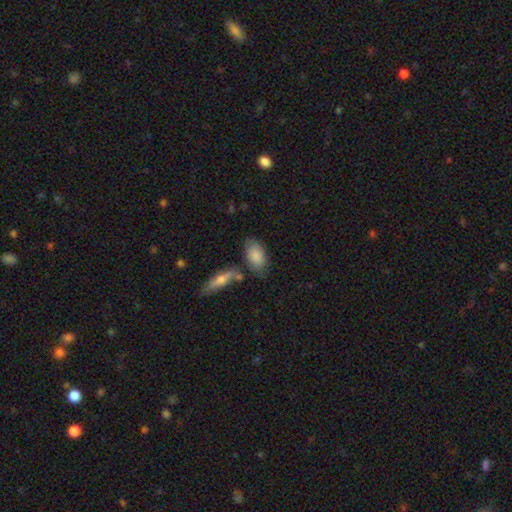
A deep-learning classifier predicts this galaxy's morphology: The model was most divided on "merging": none: 66%, minor disturbance: 18%, merger: 12%, major disturbance: 5%. More confident: how rounded — in between (91%); smooth or featured — smooth (83%).